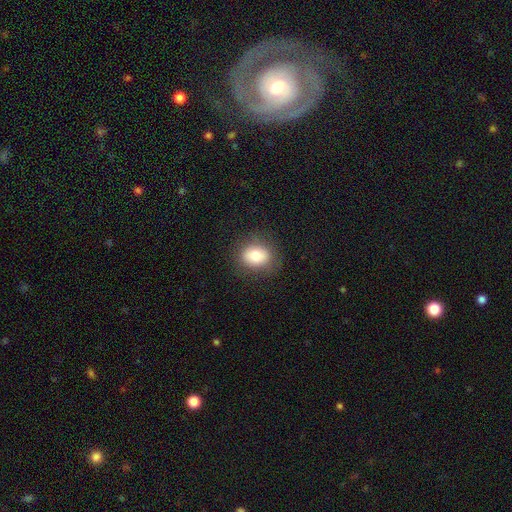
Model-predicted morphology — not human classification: Smooth or featured? smooth (77%)
How rounded? round (56%)
Merging? none (84%)